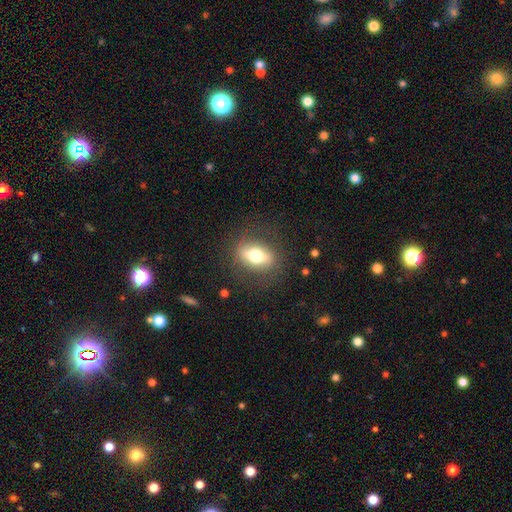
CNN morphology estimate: smooth 60%, featured or disk 32%, star or artifact 8%. Down the decision tree: how rounded — in between (75%); merging — none (81%).